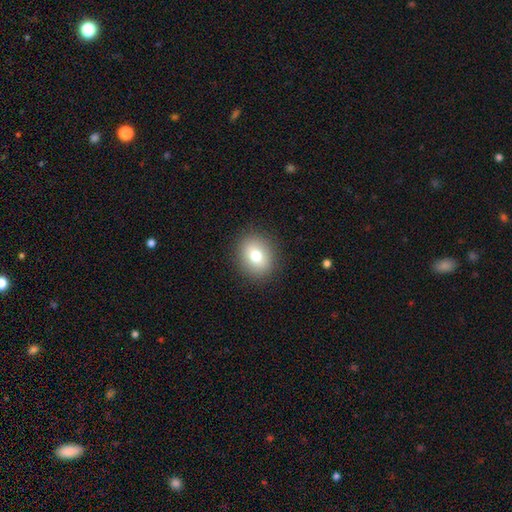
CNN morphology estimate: Smooth or featured: smooth — 75% (featured or disk — 15%)
How rounded: round — 60% (in between — 39%)
Merging: none — 89% (minor disturbance — 7%)